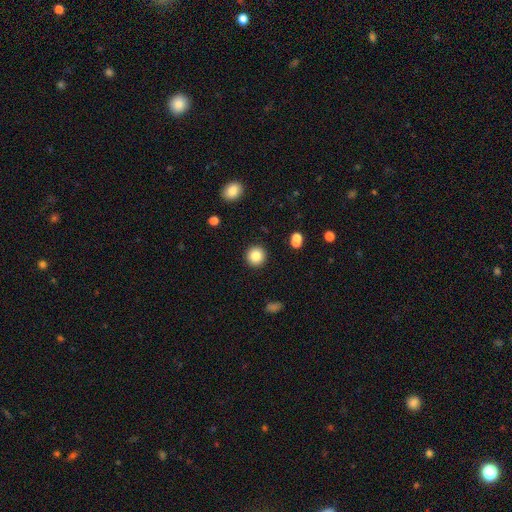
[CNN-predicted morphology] smooth_or_featured: smooth (p=0.85) [alt: star or artifact p=0.09]
how_rounded: round (p=0.94) [alt: in between p=0.05]
merging: none (p=0.91) [alt: minor disturbance p=0.05]